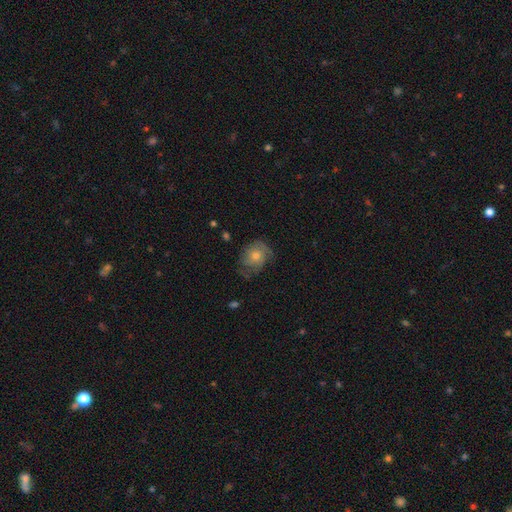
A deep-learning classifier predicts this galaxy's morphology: featured or disk 60%, smooth 30%, star or artifact 10%. Down the decision tree: edge-on disk — no (96%); bar — no (81%); spiral arms — yes (85%); bulge size — moderate (57%); merging — none (65%).